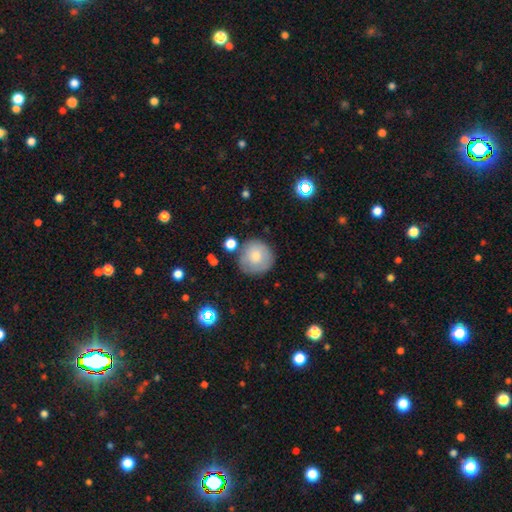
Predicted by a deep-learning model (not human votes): Smooth or featured: smooth — 74% (featured or disk — 18%)
How rounded: round — 93% (in between — 6%)
Merging: none — 76% (minor disturbance — 15%)